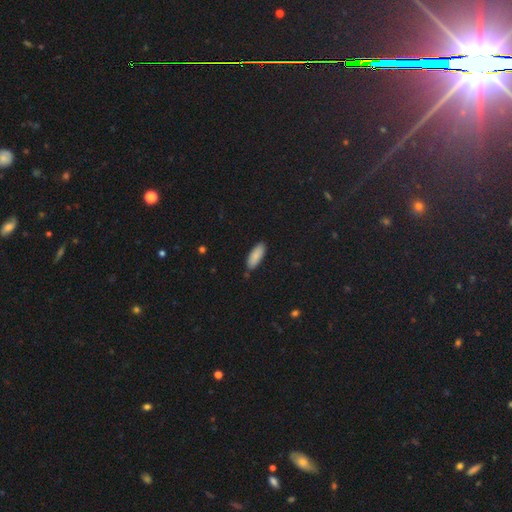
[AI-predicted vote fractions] A smooth galaxy with no disk features (86%) that is in between round and cigar-shaped (72%).

Vote fractions:
- Smooth or featured? smooth: 86% / featured or disk: 7% / star or artifact: 7%
- How rounded? in between: 72% / cigar-shaped: 26% / round: 2%
- Merging? none: 82% / minor disturbance: 14% / merger: 2% / major disturbance: 2%